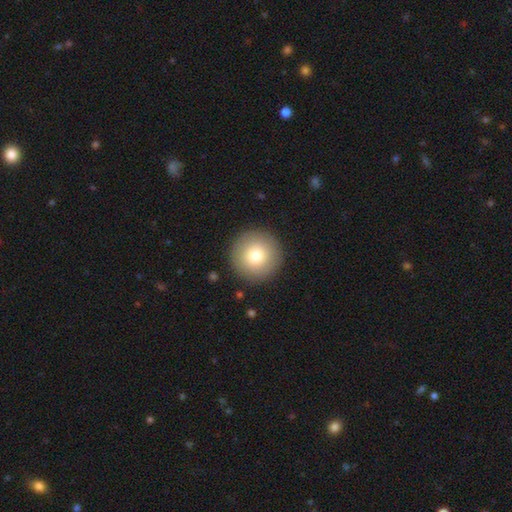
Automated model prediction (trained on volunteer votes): This appears to be a smooth galaxy with no disk features (80%) that is round (97%). Merging: none (91%).